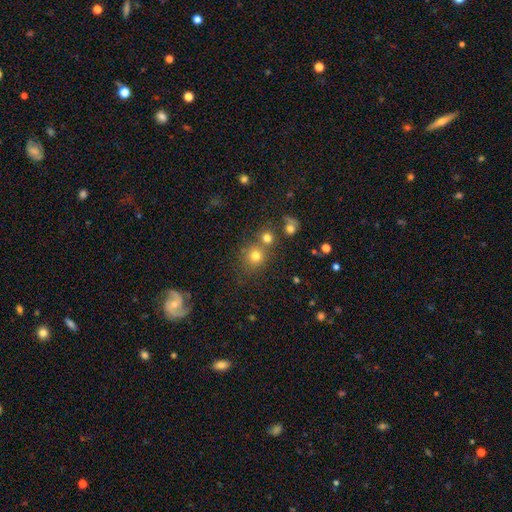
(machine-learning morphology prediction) smooth-or-featured: smooth: 75% | star or artifact: 16% | featured or disk: 9%
  how-rounded: round: 87% | in between: 12% | cigar-shaped: 1%
  merging: none: 63% | merger: 25% | minor disturbance: 9% | major disturbance: 4%